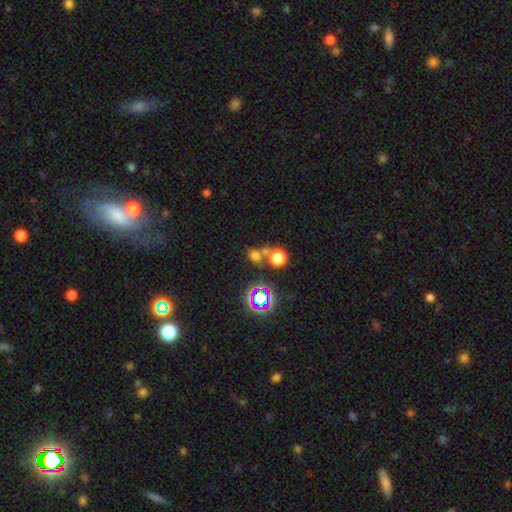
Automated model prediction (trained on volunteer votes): Overall: smooth (57%; star or artifact 32%). How rounded: round (64%; in between 34%). Merging: none (52%; merger 35%).